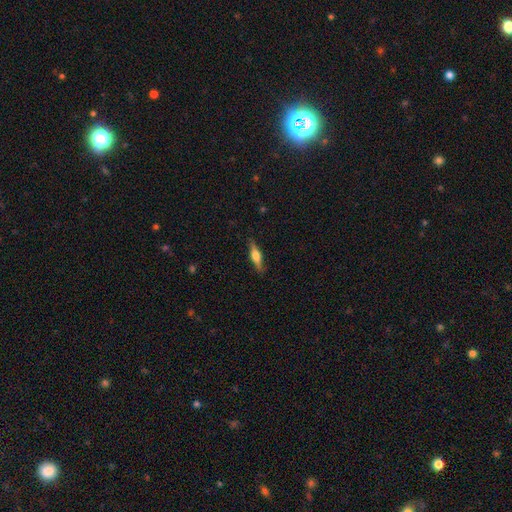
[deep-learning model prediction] featured or disk 57%, smooth 37%, star or artifact 6%. Down the decision tree: edge-on disk — yes (96%); edge-on bulge — rounded (89%); merging — none (87%).